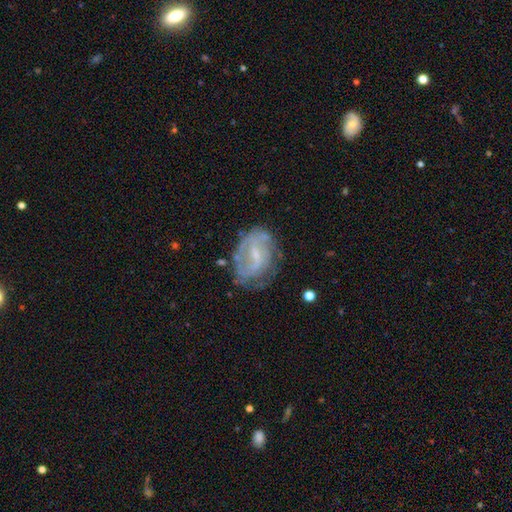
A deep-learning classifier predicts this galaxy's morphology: Smooth or featured?
  - featured or disk: 75% *
  - smooth: 18%
  - star or artifact: 8%
Edge-on disk?
  - no: 97% *
  - yes: 3%
Bar?
  - weak: 56% *
  - no: 26%
  - strong: 18%
Spiral arms?
  - yes: 81% *
  - no: 19%
Spiral winding?
  - medium: 40% * (tied)
  - tight: 40% * (tied)
  - loose: 20%
Spiral arm count?
  - 2: 41% *
  - can't tell: 37%
  - 3: 9%
  - 1: 7%
  - 4: 3%
  - more than 4: 3%
Bulge size?
  - small: 57% *
  - moderate: 23%
  - none: 17%
  - large: 1%
  - dominant: 1%
Merging?
  - none: 59% *
  - minor disturbance: 24%
  - major disturbance: 15%
  - merger: 3%